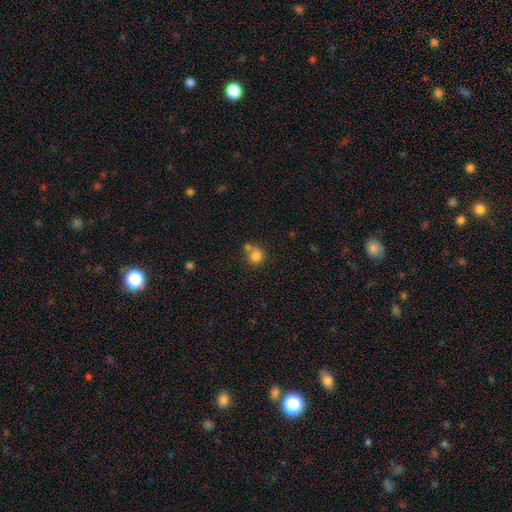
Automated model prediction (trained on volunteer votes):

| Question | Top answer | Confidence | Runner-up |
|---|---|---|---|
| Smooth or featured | smooth | 81% | star or artifact (11%) |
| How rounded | round | 84% | in between (15%) |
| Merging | none | 49% | merger (37%) |